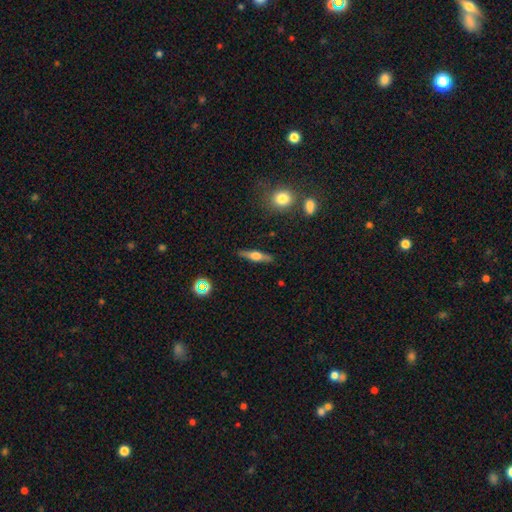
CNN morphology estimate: A featured or disk galaxy (60%) viewed edge-on (95%) with a rounded central bulge (89%).

Vote fractions:
- Smooth or featured? featured or disk: 60% / smooth: 33% / star or artifact: 7%
- Edge-on disk? yes: 95% / no: 5%
- Edge-on bulge? rounded: 89% / boxy: 8% / none: 2%
- Merging? none: 88% / minor disturbance: 9% / major disturbance: 2% / merger: 2%